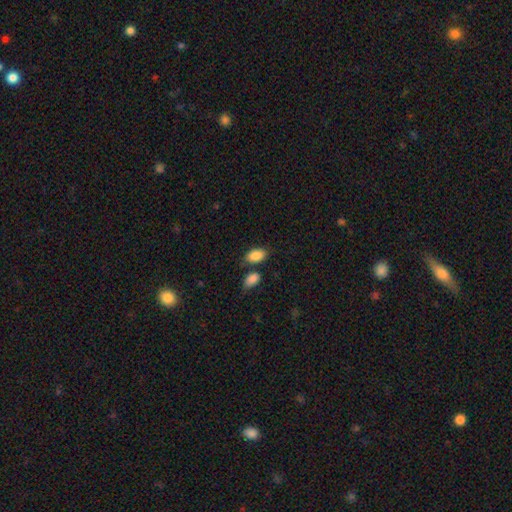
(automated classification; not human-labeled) smooth-or-featured: smooth: 87% | star or artifact: 7% | featured or disk: 5%
  how-rounded: in between: 92% | round: 7% | cigar-shaped: 2%
  merging: none: 68% | merger: 15% | minor disturbance: 13% | major disturbance: 4%